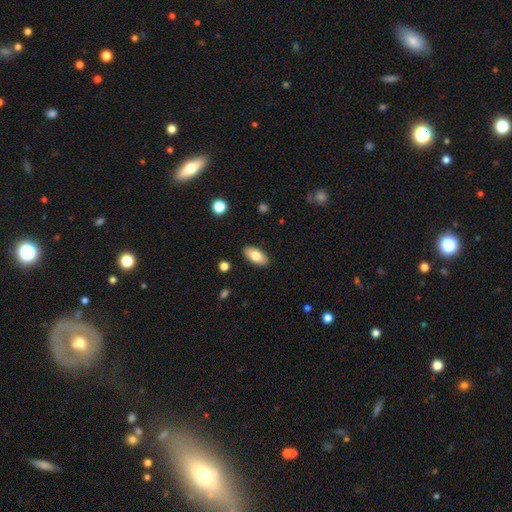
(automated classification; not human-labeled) This appears to be a smooth galaxy with no disk features (75%) that is in between round and cigar-shaped (89%). Merging: none (89%).